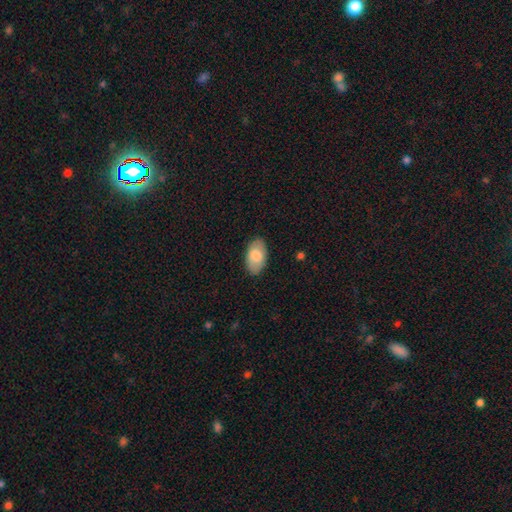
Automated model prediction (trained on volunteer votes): Smooth or featured? Predicted: smooth (p=0.81). How rounded? Predicted: in between (p=0.95). Merging? Predicted: none (p=0.86).